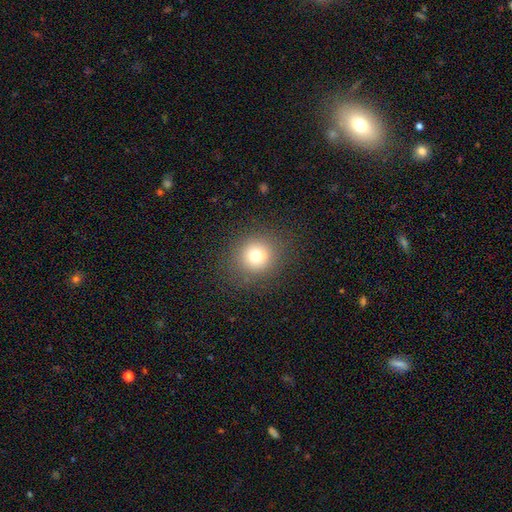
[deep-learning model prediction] Smooth or featured: smooth — 74% (star or artifact — 15%)
How rounded: round — 89% (in between — 10%)
Merging: none — 86% (minor disturbance — 8%)